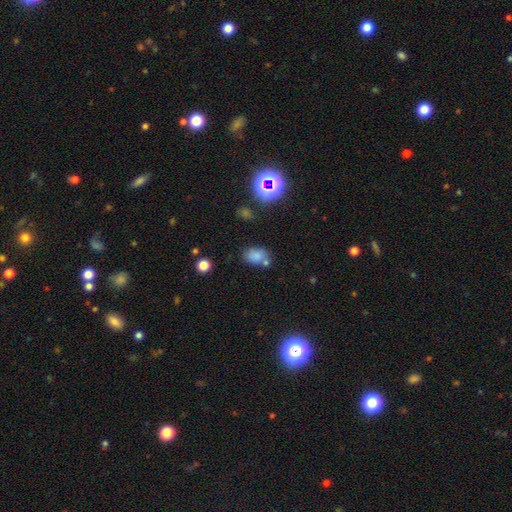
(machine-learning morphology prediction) Smooth or featured? smooth (75%)
How rounded? in between (78%)
Merging? none (58%)